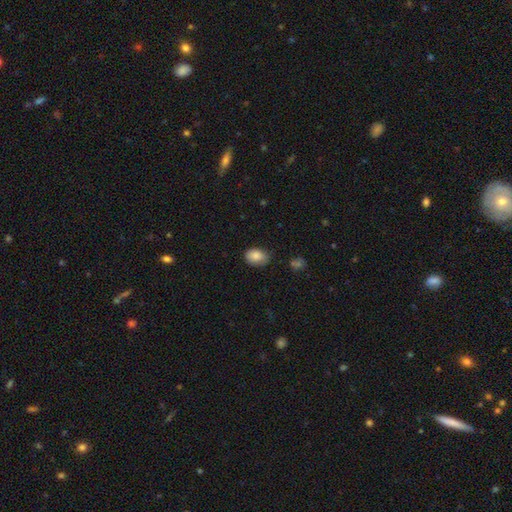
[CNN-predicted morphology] This appears to be a smooth galaxy with no disk features (86%) that is in between round and cigar-shaped (80%). Merging: none (69%).